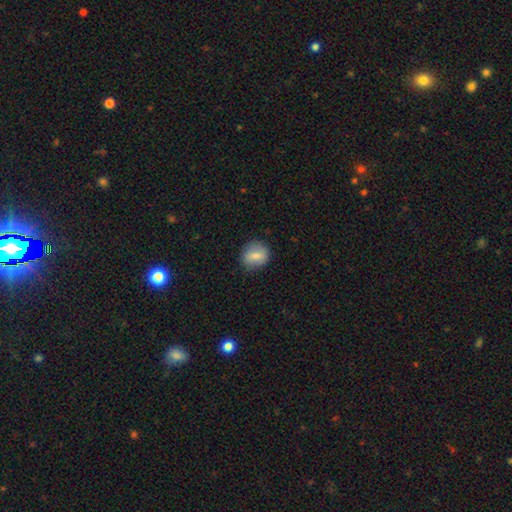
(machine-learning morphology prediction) smooth-or-featured: smooth: 78% | featured or disk: 14% | star or artifact: 8%
  how-rounded: round: 61% | in between: 37% | cigar-shaped: 2%
  merging: none: 81% | minor disturbance: 14% | major disturbance: 4% | merger: 1%